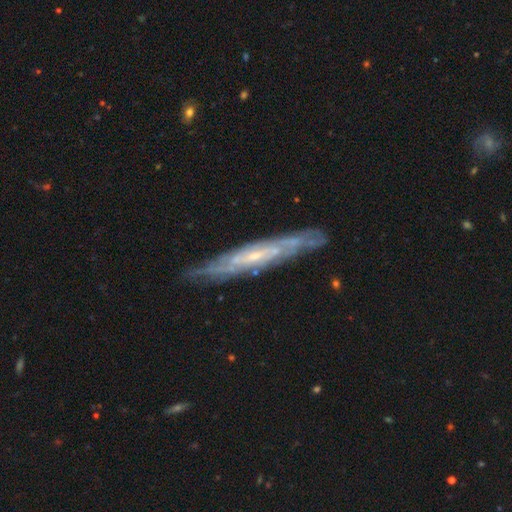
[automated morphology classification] Smooth or featured: featured or disk — 78% (smooth — 16%)
Edge-on disk: yes — 60% (no — 40%)
Merging: none — 79% (minor disturbance — 16%)